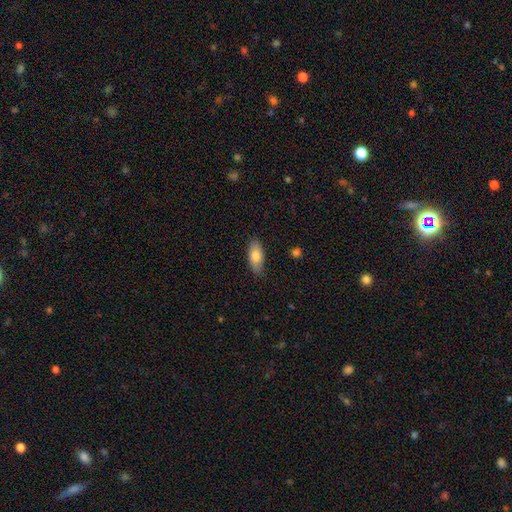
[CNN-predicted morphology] This is likely a smooth galaxy (79%). How rounded: clearly in between (86%). Merging: clearly none (82%).